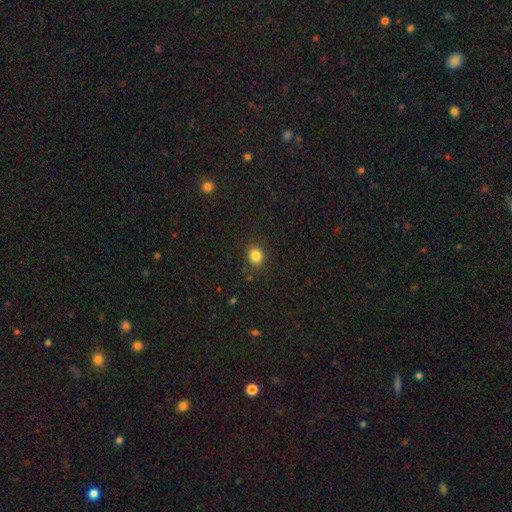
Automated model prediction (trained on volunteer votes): The model was most divided on "how rounded": round: 70%, in between: 29%, cigar-shaped: 1%. More confident: merging — none (86%); smooth or featured — smooth (83%).